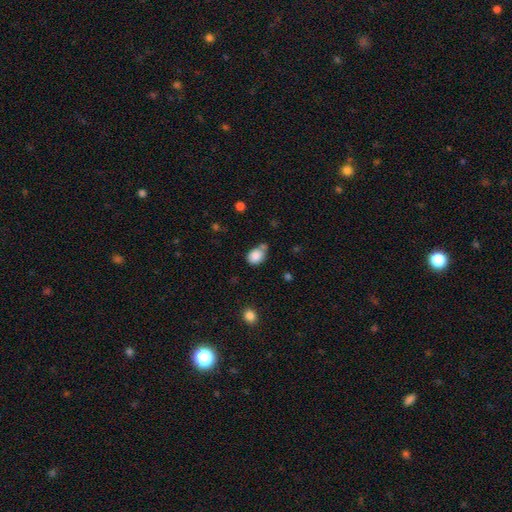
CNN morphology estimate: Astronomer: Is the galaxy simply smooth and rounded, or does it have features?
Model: smooth — 86%.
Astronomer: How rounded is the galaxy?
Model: in between — 61% (runner-up: round, 38%).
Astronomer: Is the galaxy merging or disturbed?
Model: none — 53%.